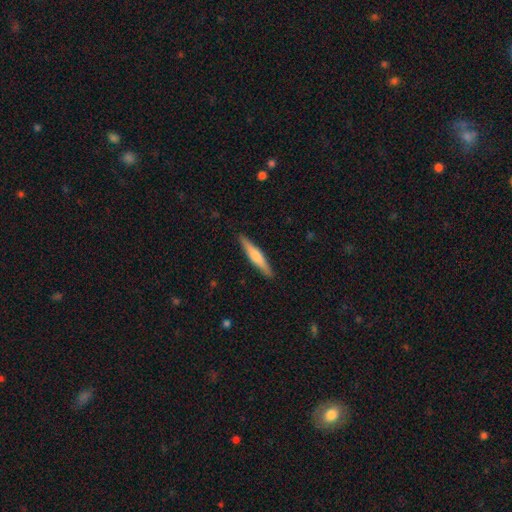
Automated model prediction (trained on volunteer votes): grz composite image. It shows a smooth galaxy with no disk features (49%). Merging: none (91%).